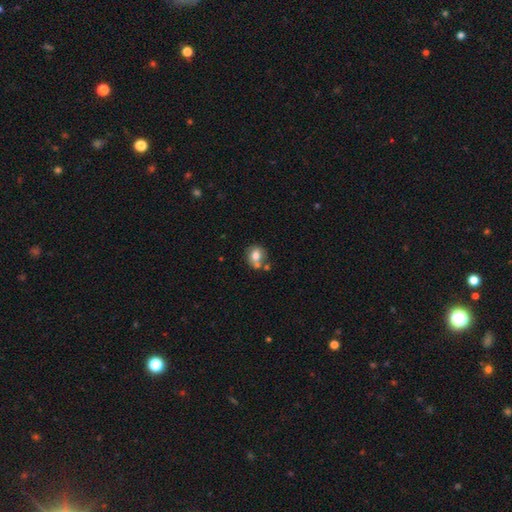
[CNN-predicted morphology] The model was most divided on "merging": none: 55%, merger: 27%, minor disturbance: 14%, major disturbance: 4%. More confident: smooth or featured — smooth (76%); how rounded — round (73%).